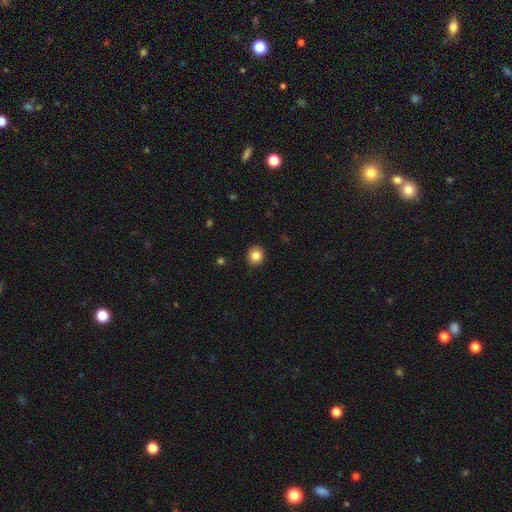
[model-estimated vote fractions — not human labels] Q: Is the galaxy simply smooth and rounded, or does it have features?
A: smooth — 84%.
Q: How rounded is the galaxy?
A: round — 85%.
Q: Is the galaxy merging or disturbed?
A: none — 92%.